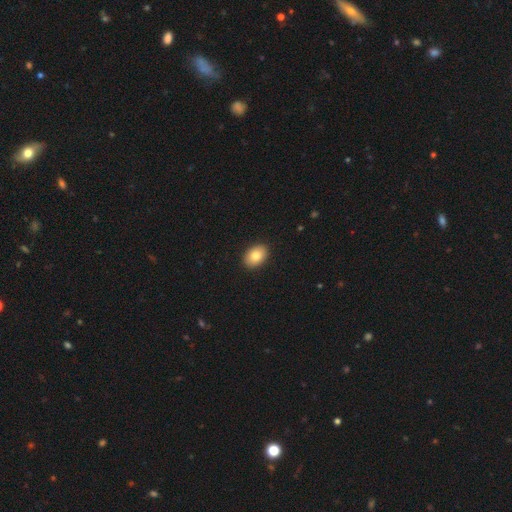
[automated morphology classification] smooth-or-featured: smooth: 83% | featured or disk: 9% | star or artifact: 8%
  how-rounded: in between: 80% | round: 19% | cigar-shaped: 1%
  merging: none: 91% | minor disturbance: 6% | major disturbance: 2% | merger: 1%